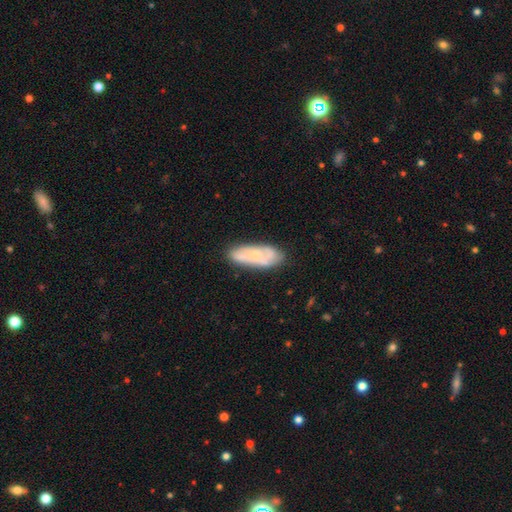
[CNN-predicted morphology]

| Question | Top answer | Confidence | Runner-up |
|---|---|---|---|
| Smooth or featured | featured or disk | 47% | smooth (46%) |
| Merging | none | 72% | minor disturbance (19%) |